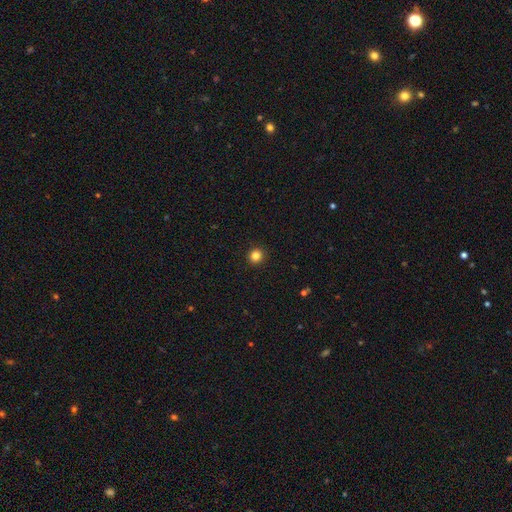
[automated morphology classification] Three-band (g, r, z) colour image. It shows a smooth galaxy with no disk features (83%) that is round (93%). Merging: none (93%).